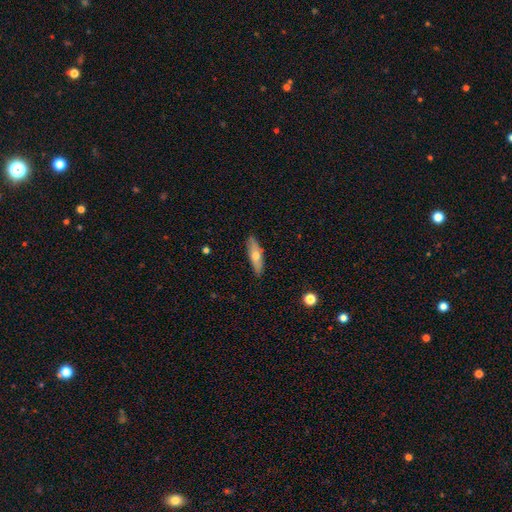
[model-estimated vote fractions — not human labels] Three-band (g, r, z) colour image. It shows a smooth galaxy with no disk features (57%) that is cigar-shaped (54%). Merging: none (86%).